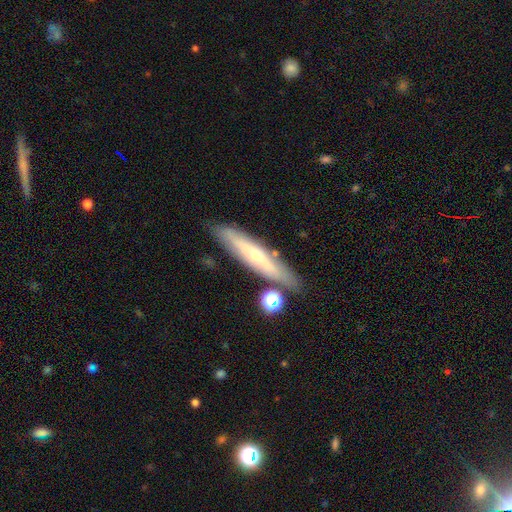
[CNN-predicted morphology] Smooth or featured: featured or disk — 56% (smooth — 37%)
Edge-on disk: yes — 74% (no — 26%)
Merging: none — 79% (minor disturbance — 12%)